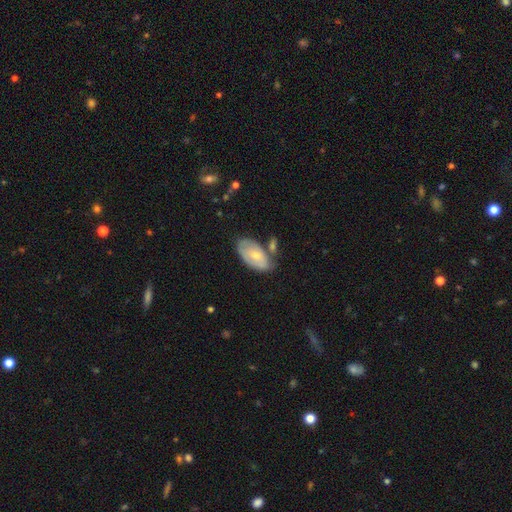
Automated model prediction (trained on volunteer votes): Smooth or featured: smooth — 58% (featured or disk — 37%)
How rounded: in between — 93% (round — 4%)
Merging: none — 55% (minor disturbance — 24%)